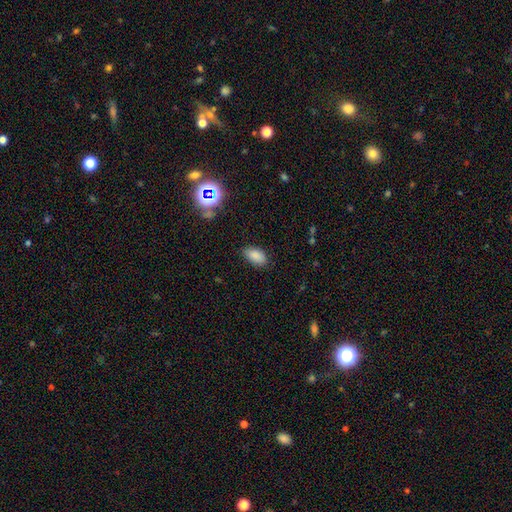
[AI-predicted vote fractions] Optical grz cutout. It shows a smooth galaxy with no disk features (86%) that is in between round and cigar-shaped (93%). Merging: none (80%).